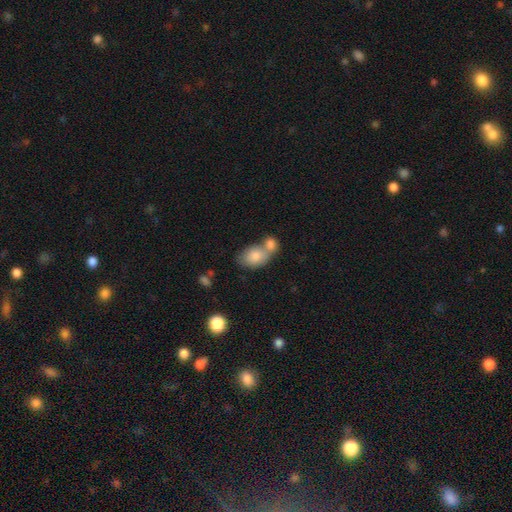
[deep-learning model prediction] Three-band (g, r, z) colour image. It shows a smooth galaxy with no disk features (82%) that is in between round and cigar-shaped (80%). Merging: merger (53%).